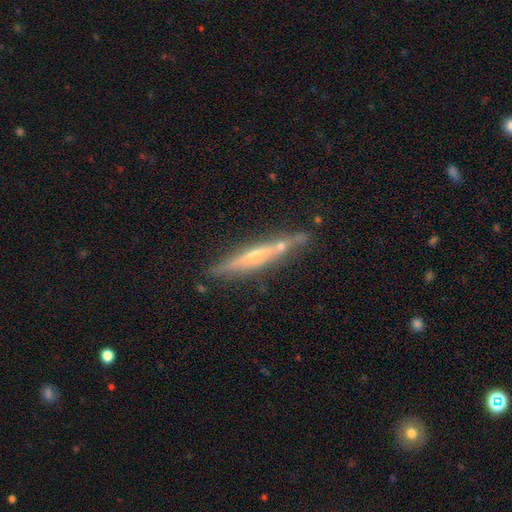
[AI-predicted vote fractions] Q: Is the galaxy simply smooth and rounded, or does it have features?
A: featured or disk — 70%.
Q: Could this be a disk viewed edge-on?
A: yes — 94%.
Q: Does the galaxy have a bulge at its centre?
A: rounded — 58%.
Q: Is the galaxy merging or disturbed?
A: none — 76%.